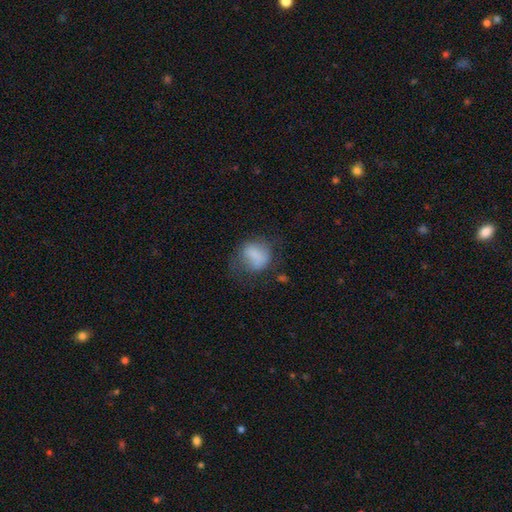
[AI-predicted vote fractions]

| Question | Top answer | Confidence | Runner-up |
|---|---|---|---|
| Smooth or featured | smooth | 73% | featured or disk (18%) |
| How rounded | round | 51% | in between (47%) |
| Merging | none | 42% | minor disturbance (28%) |